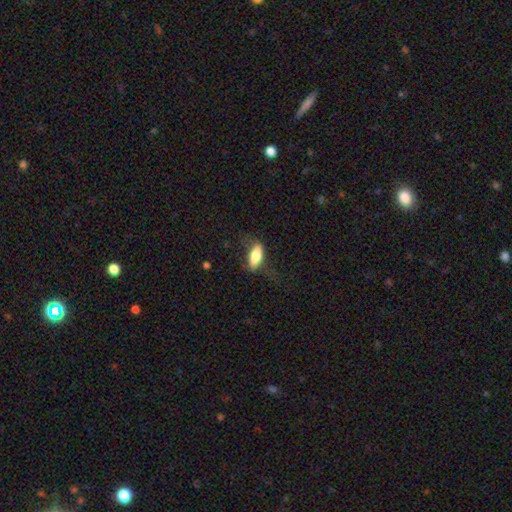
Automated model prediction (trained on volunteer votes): smooth_or_featured: smooth (p=0.70) [alt: featured or disk p=0.23]
how_rounded: in between (p=0.73) [alt: cigar-shaped p=0.24]
merging: none (p=0.58) [alt: minor disturbance p=0.24]